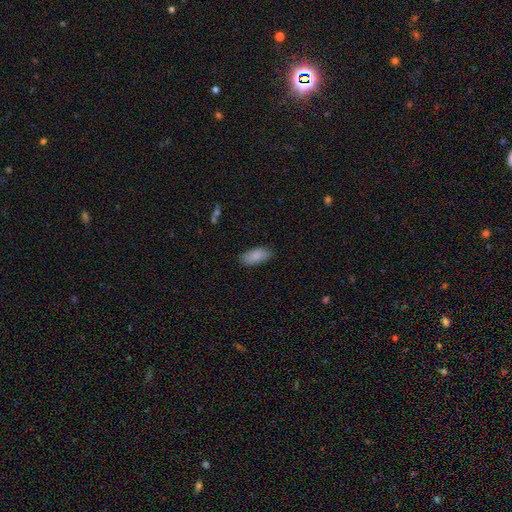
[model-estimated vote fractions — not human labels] This appears to be a smooth galaxy with no disk features (86%) that is in between round and cigar-shaped (90%). Merging: none (83%).